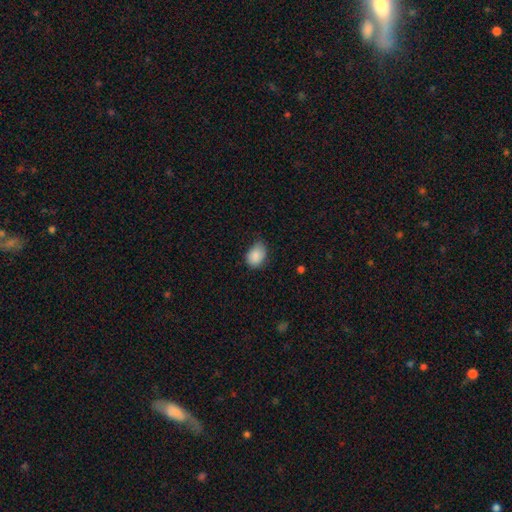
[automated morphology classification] This appears to be a smooth galaxy with no disk features (87%) that is in between round and cigar-shaped (75%). Merging: none (59%).